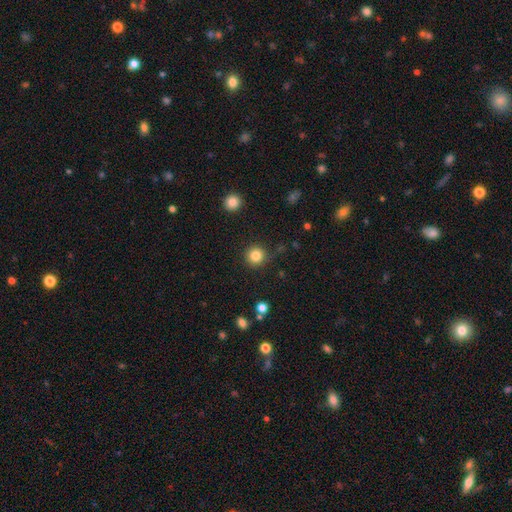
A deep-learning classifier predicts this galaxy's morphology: Q: Smooth or featured?
A: smooth (84%); runner-up: star or artifact (11%)
Q: How rounded?
A: round (94%); runner-up: in between (5%)
Q: Merging?
A: none (87%); runner-up: minor disturbance (8%)